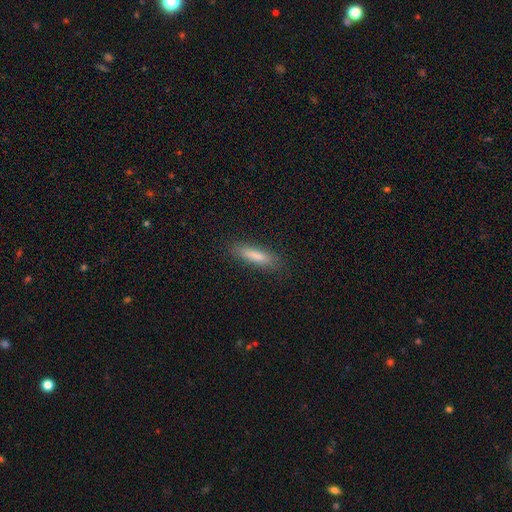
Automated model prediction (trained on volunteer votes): Smooth or featured: smooth — 82% (featured or disk — 11%)
How rounded: cigar-shaped — 74% (in between — 25%)
Merging: none — 85% (minor disturbance — 11%)